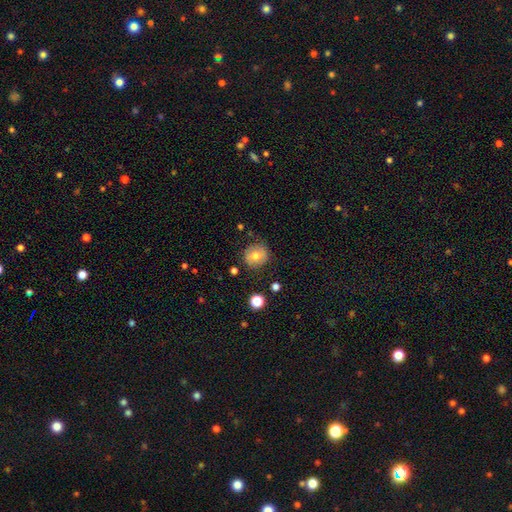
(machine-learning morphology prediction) Q: Smooth or featured?
A: smooth (73%); runner-up: featured or disk (17%)
Q: How rounded?
A: round (86%); runner-up: in between (13%)
Q: Merging?
A: none (81%); runner-up: minor disturbance (13%)